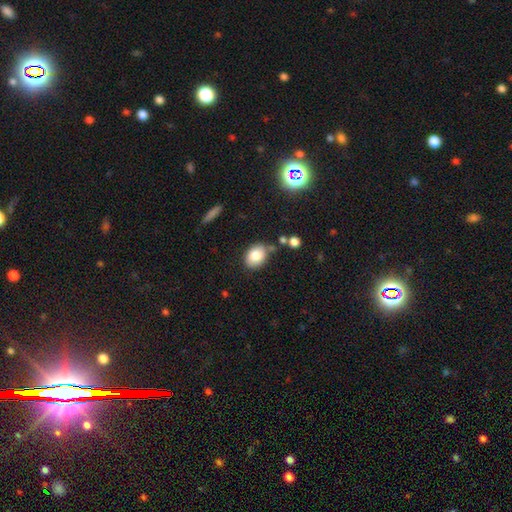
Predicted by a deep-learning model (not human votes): smooth-or-featured: smooth: 82% | featured or disk: 9% | star or artifact: 9%
  how-rounded: in between: 70% | round: 29% | cigar-shaped: 1%
  merging: none: 69% | minor disturbance: 19% | merger: 7% | major disturbance: 4%